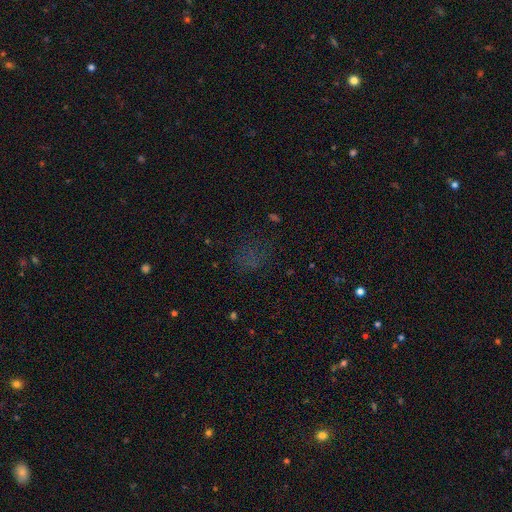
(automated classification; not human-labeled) star or artifact 53%, smooth 35%, featured or disk 12%.